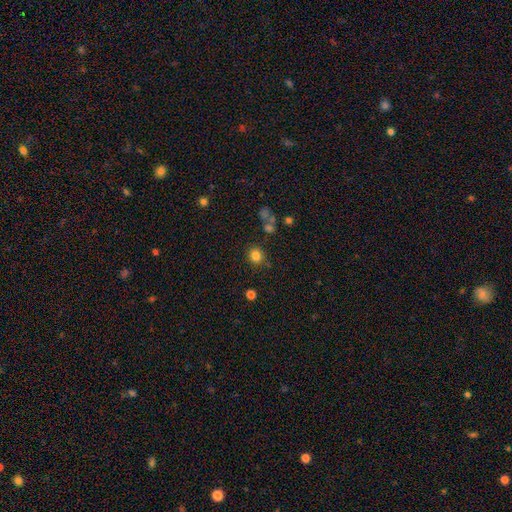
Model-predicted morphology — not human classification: A smooth galaxy with no disk features (81%) that is round (83%). Merging: none (83%).